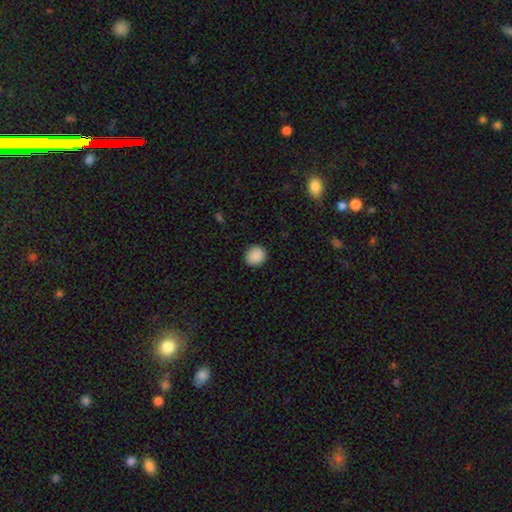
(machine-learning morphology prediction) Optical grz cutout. It shows a smooth galaxy with no disk features (89%) that is round (85%). Merging: none (90%).